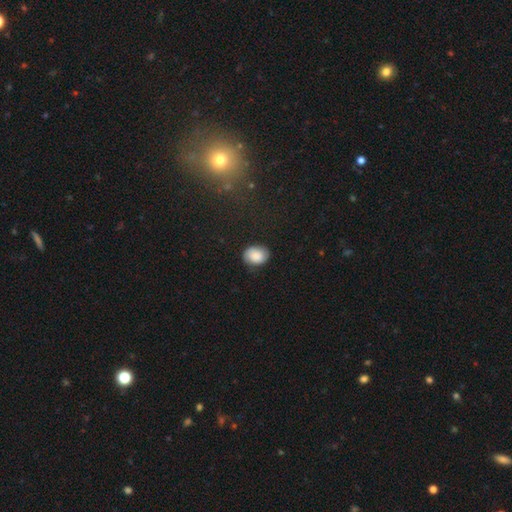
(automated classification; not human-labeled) A smooth galaxy with no disk features (79%) that is in between round and cigar-shaped (61%).

Vote fractions:
- Smooth or featured? smooth: 79% / featured or disk: 13% / star or artifact: 8%
- How rounded? in between: 61% / round: 38% / cigar-shaped: 1%
- Merging? none: 78% / minor disturbance: 17% / major disturbance: 4% / merger: 1%